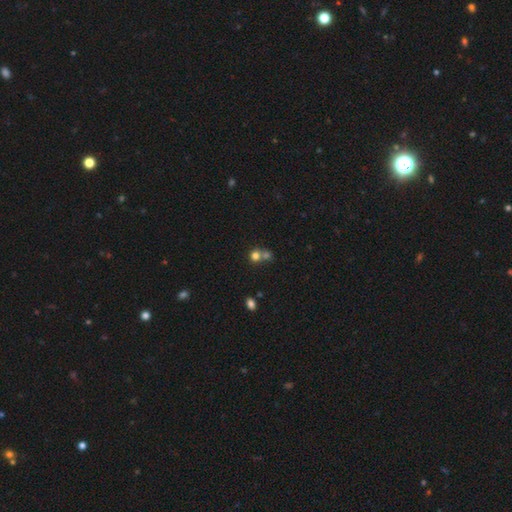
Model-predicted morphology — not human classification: Smooth or featured: smooth — 75% (star or artifact — 15%)
How rounded: round — 85% (in between — 14%)
Merging: merger — 47% (none — 45%)